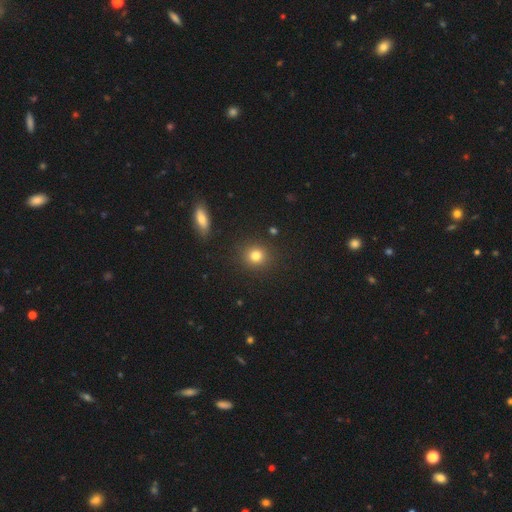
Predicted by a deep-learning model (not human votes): The model was most divided on "smooth or featured": smooth: 81%, star or artifact: 13%, featured or disk: 6%. More confident: merging — none (89%); how rounded — round (86%).